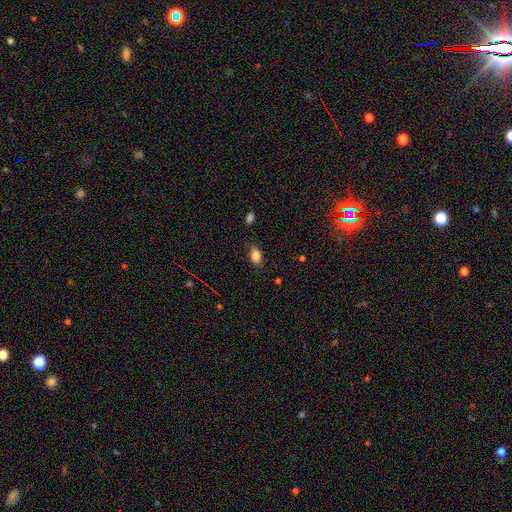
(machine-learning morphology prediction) smooth-or-featured: smooth: 84% | star or artifact: 10% | featured or disk: 7%
  how-rounded: in between: 85% | round: 12% | cigar-shaped: 3%
  merging: none: 73% | minor disturbance: 21% | major disturbance: 4% | merger: 1%